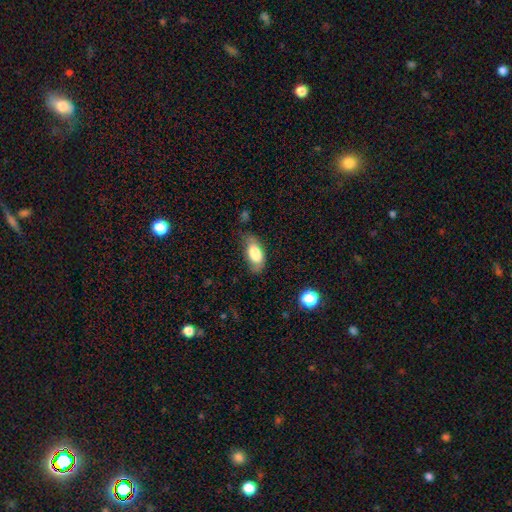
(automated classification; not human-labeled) A smooth galaxy with no disk features (77%) that is in between round and cigar-shaped (90%).

Vote fractions:
- Smooth or featured? smooth: 77% / featured or disk: 15% / star or artifact: 7%
- How rounded? in between: 90% / cigar-shaped: 7% / round: 3%
- Merging? none: 58% / minor disturbance: 30% / major disturbance: 10% / merger: 2%